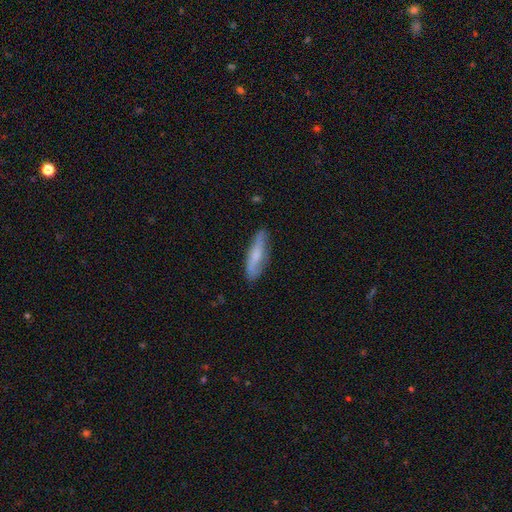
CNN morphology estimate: This is possibly a smooth galaxy (58%). How rounded: likely cigar-shaped (67%). Merging: likely none (77%).